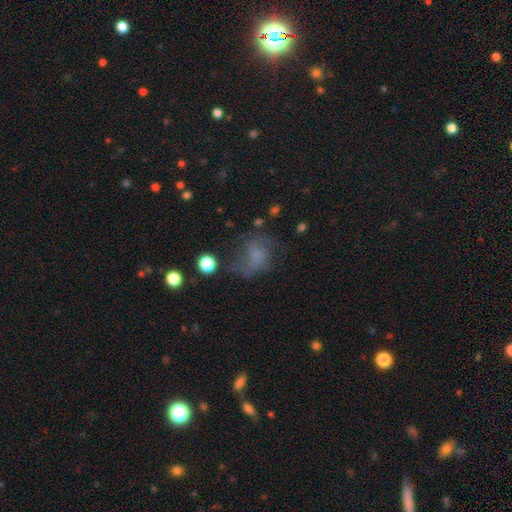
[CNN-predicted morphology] type=smooth (48%); merging=none (42%).